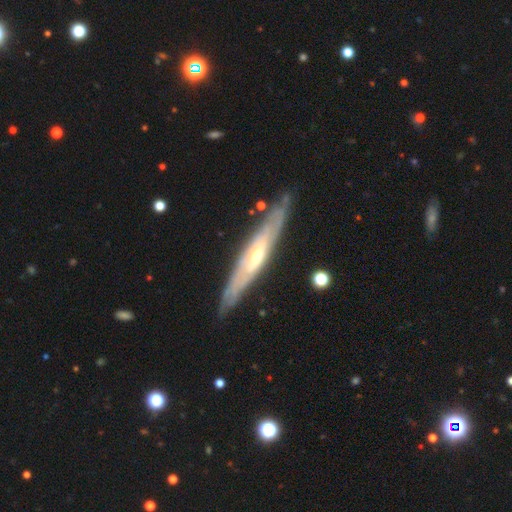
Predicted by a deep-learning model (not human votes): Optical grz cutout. It shows a featured or disk galaxy (77%) viewed edge-on (64%). Merging: none (83%).